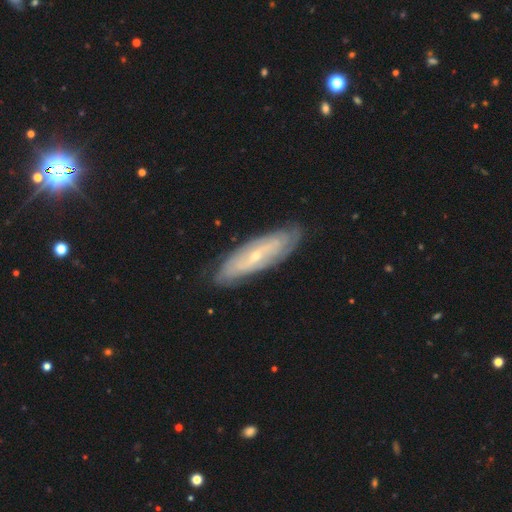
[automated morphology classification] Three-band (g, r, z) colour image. It shows a featured or disk galaxy (75%) with no bar (49%), tight (69%) spiral arms (85%) and a small central bulge (75%). Merging: none (82%).